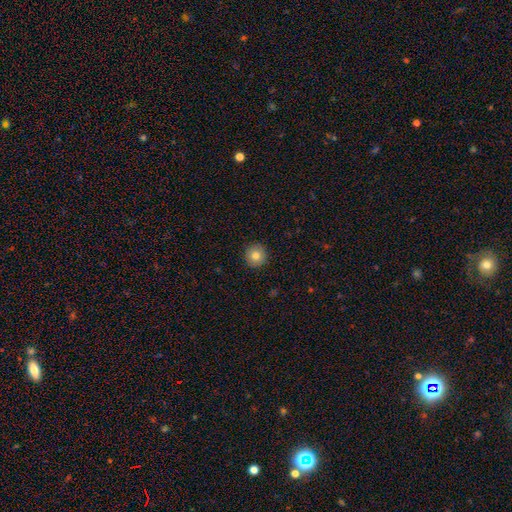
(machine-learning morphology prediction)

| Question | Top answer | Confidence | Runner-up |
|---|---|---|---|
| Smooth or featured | smooth | 81% | star or artifact (10%) |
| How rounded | round | 95% | in between (4%) |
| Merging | none | 92% | minor disturbance (5%) |